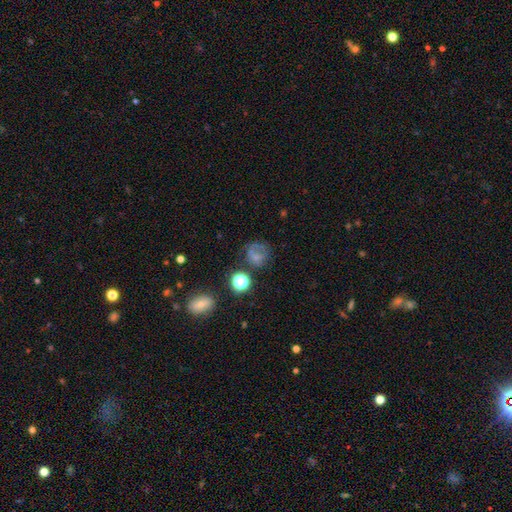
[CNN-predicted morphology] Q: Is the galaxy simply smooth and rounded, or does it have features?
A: smooth — 54%.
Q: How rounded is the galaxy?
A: round — 76%.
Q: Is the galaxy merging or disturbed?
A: none — 46%.